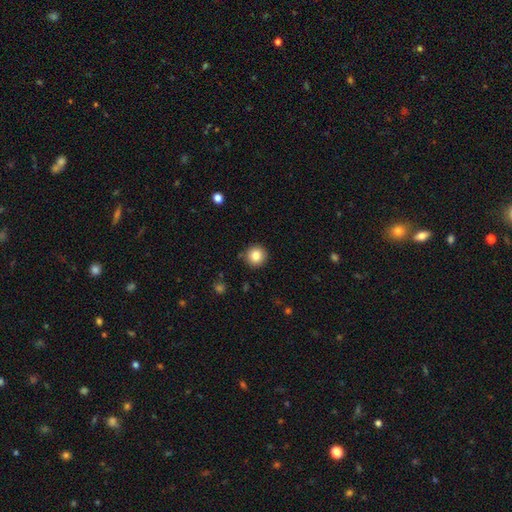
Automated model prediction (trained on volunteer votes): This appears to be a smooth galaxy with no disk features (83%) that is round (95%). Merging: none (90%).